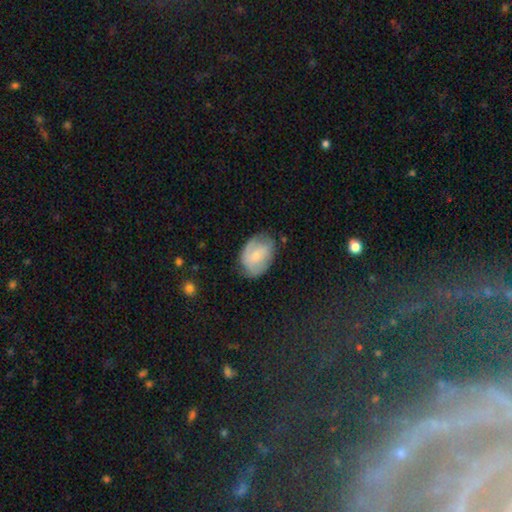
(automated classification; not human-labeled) A smooth galaxy with no disk features (48%). Merging: none (66%).